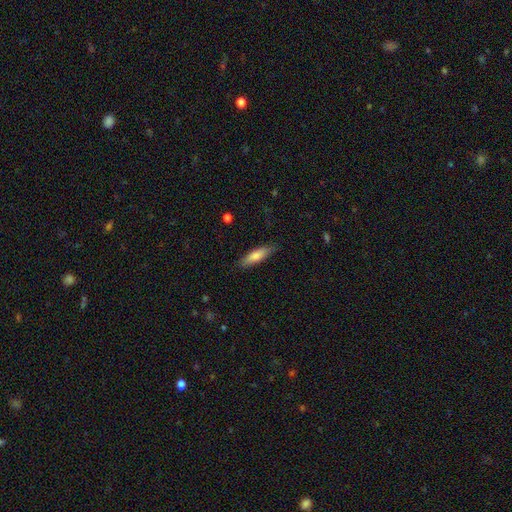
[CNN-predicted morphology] smooth_or_featured: smooth (p=0.73) [alt: featured or disk p=0.21]
how_rounded: cigar-shaped (p=0.64) [alt: in between p=0.34]
merging: none (p=0.85) [alt: minor disturbance p=0.12]